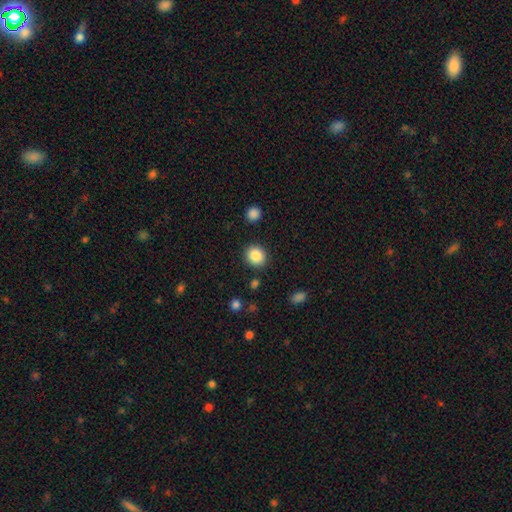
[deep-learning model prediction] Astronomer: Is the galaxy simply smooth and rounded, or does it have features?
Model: smooth — 88%.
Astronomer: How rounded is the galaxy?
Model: round — 80%.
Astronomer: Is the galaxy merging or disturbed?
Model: none — 88%.